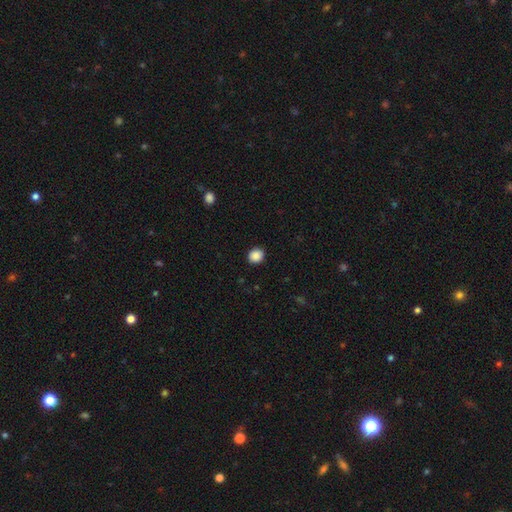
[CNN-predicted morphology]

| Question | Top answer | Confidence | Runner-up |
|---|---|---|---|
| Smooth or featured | smooth | 89% | star or artifact (9%) |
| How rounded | round | 78% | in between (21%) |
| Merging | none | 90% | minor disturbance (7%) |